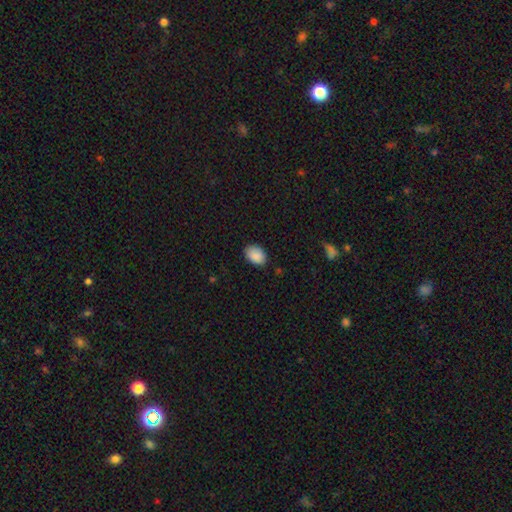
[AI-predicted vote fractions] smooth 89%, star or artifact 7%, featured or disk 3%. Down the decision tree: how rounded — in between (82%); merging — none (82%).